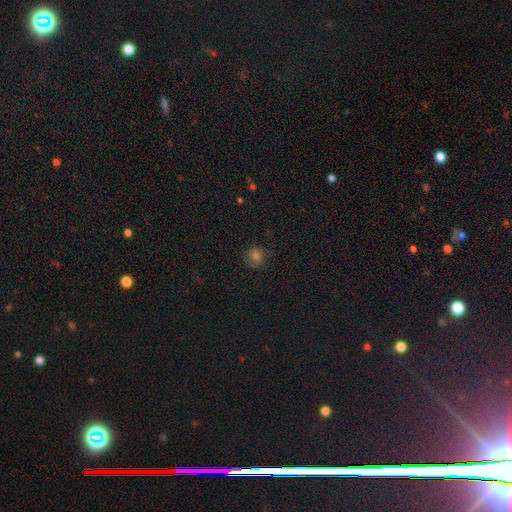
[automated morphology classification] smooth-or-featured: smooth: 64% | star or artifact: 21% | featured or disk: 14%
  how-rounded: round: 90% | in between: 9% | cigar-shaped: 1%
  merging: none: 81% | minor disturbance: 13% | major disturbance: 5% | merger: 1%